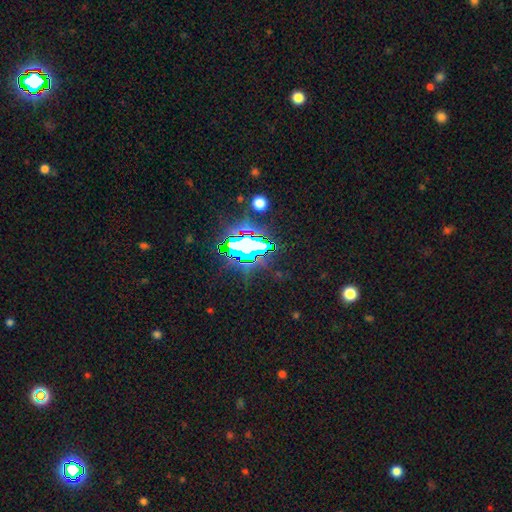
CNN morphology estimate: Smooth or featured? Predicted: star or artifact (p=0.75).